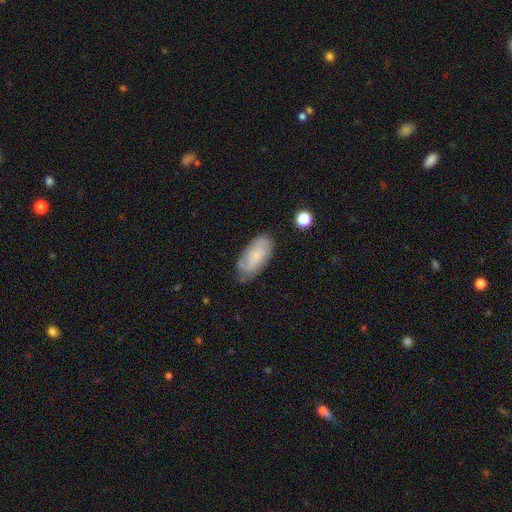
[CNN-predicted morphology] Smooth or featured? Predicted: smooth (p=0.55). How rounded? Predicted: in between (p=0.91). Merging? Predicted: none (p=0.69).